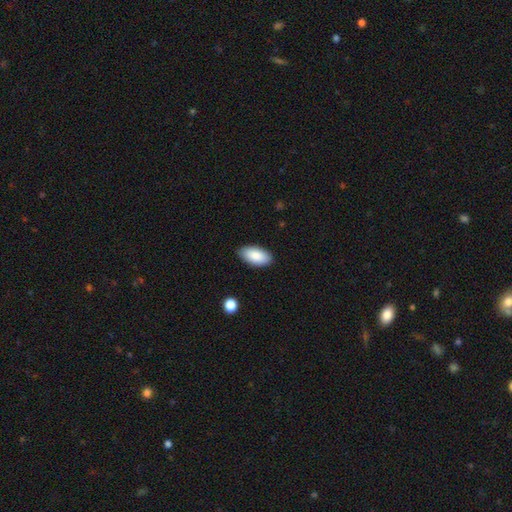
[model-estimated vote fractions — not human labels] Smooth or featured? Predicted: smooth (p=0.88). How rounded? Predicted: in between (p=0.95). Merging? Predicted: none (p=0.87).